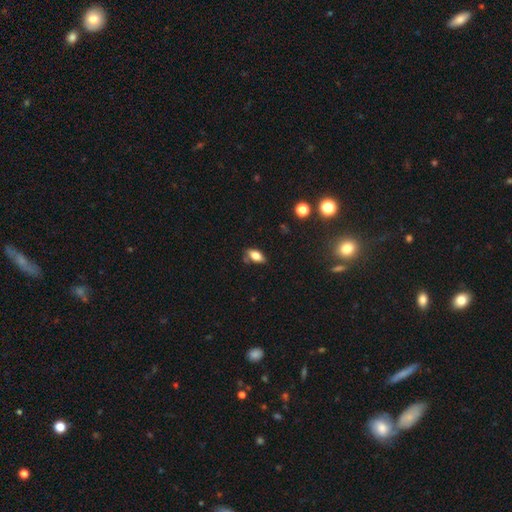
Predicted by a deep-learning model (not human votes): smooth_or_featured: smooth (p=0.76) [alt: featured or disk p=0.15]
how_rounded: in between (p=0.88) [alt: cigar-shaped p=0.08]
merging: none (p=0.74) [alt: minor disturbance p=0.17]